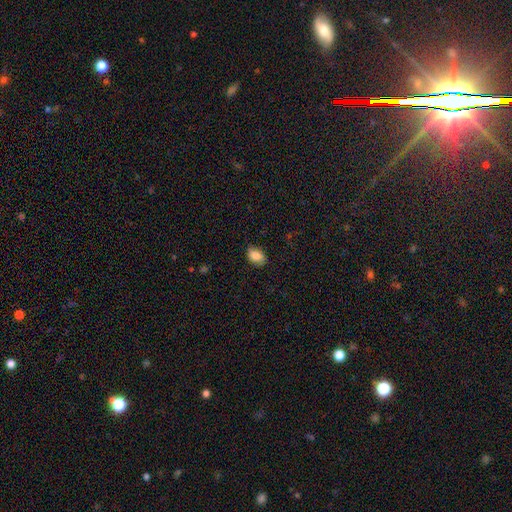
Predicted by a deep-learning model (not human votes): smooth_or_featured: smooth (p=0.84) [alt: featured or disk p=0.08]
how_rounded: in between (p=0.83) [alt: round p=0.16]
merging: none (p=0.83) [alt: minor disturbance p=0.14]